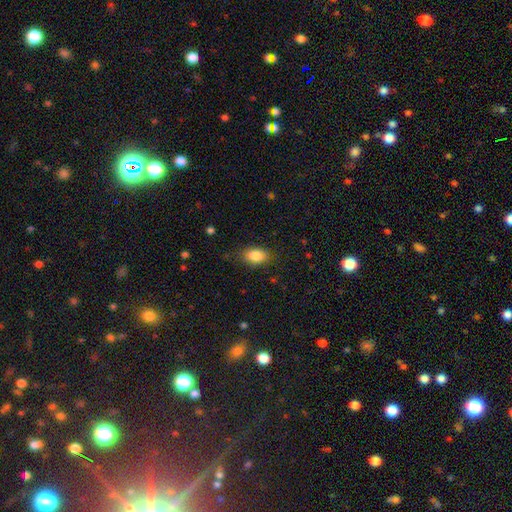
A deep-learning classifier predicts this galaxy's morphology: smooth_or_featured: smooth (p=0.86) [alt: star or artifact p=0.08]
how_rounded: in between (p=0.87) [alt: round p=0.11]
merging: none (p=0.83) [alt: minor disturbance p=0.13]